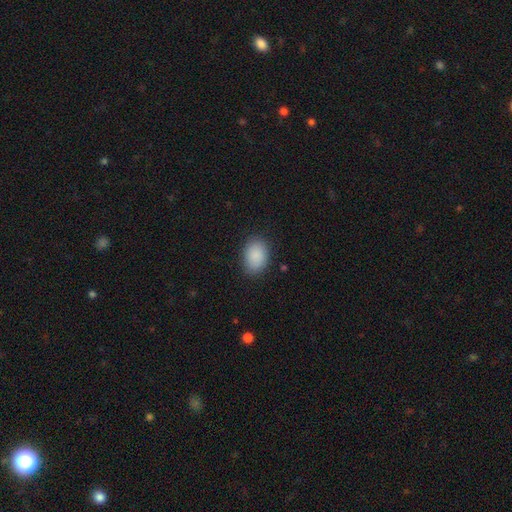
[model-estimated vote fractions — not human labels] The model was most divided on "how rounded": in between: 76%, round: 23%, cigar-shaped: 1%. More confident: smooth or featured — smooth (89%); merging — none (85%).